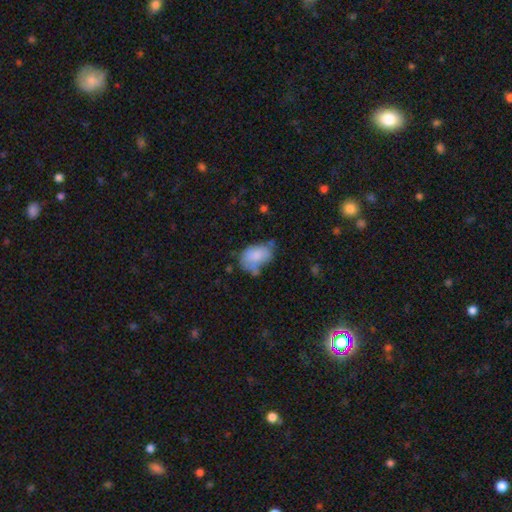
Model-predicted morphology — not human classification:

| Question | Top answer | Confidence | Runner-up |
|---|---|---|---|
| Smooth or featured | smooth | 74% | featured or disk (18%) |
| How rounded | in between | 86% | round (13%) |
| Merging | none | 34% | minor disturbance (33%) |